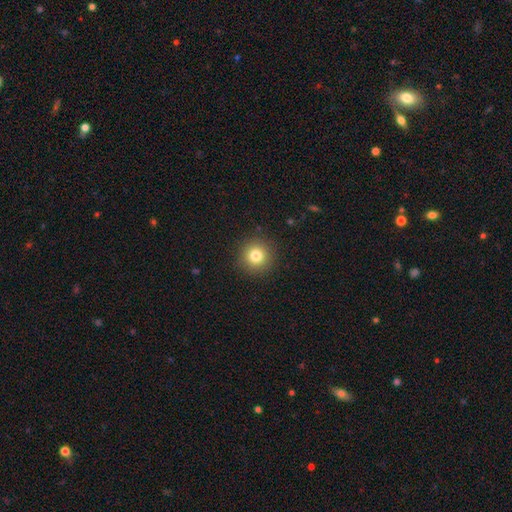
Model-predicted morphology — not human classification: type=smooth (80%); roundness=round (95%); merging=none (91%).